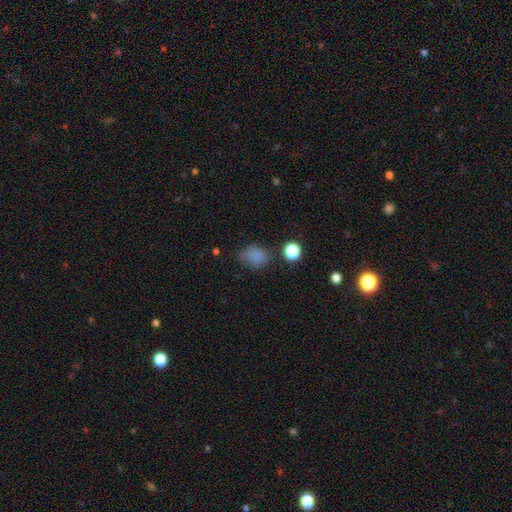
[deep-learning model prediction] This is likely a smooth galaxy (75%). How rounded: likely in between (61%). Merging: possibly none (59%).